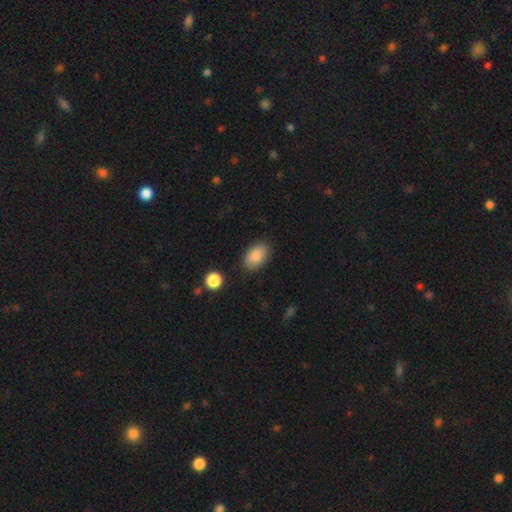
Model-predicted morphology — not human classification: Q: Smooth or featured?
A: smooth (87%); runner-up: star or artifact (7%)
Q: How rounded?
A: in between (90%); runner-up: round (9%)
Q: Merging?
A: none (82%); runner-up: minor disturbance (12%)